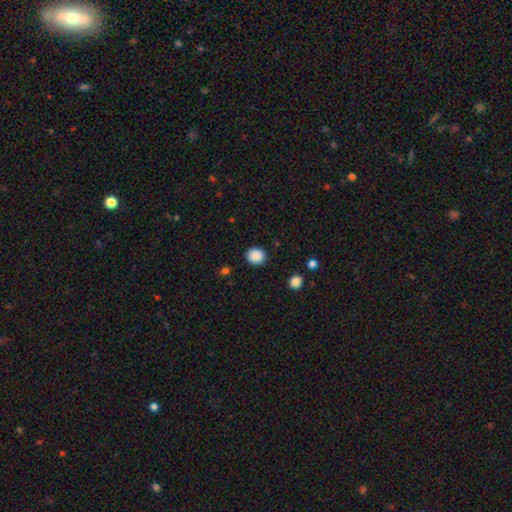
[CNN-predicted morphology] smooth_or_featured: smooth (p=0.89) [alt: star or artifact p=0.09]
how_rounded: round (p=0.78) [alt: in between p=0.22]
merging: none (p=0.90) [alt: minor disturbance p=0.07]